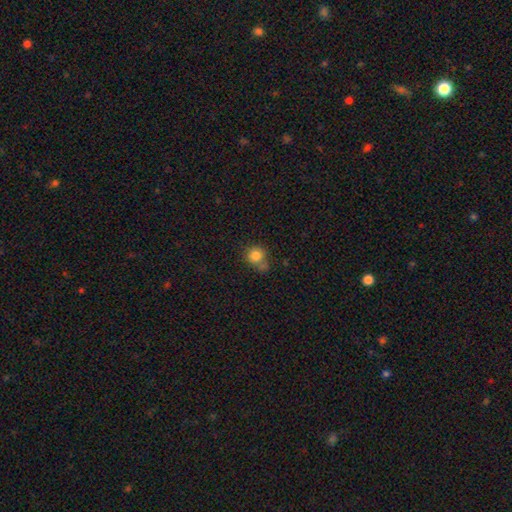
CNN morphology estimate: smooth-or-featured: smooth: 81% | star or artifact: 11% | featured or disk: 7%
  how-rounded: round: 86% | in between: 13% | cigar-shaped: 1%
  merging: none: 54% | merger: 20% | minor disturbance: 19% | major disturbance: 7%